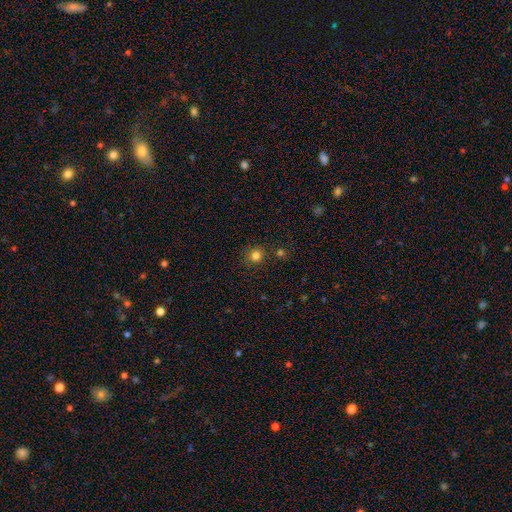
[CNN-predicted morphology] This is clearly a smooth galaxy (80%). How rounded: clearly round (90%). Merging: clearly none (83%).